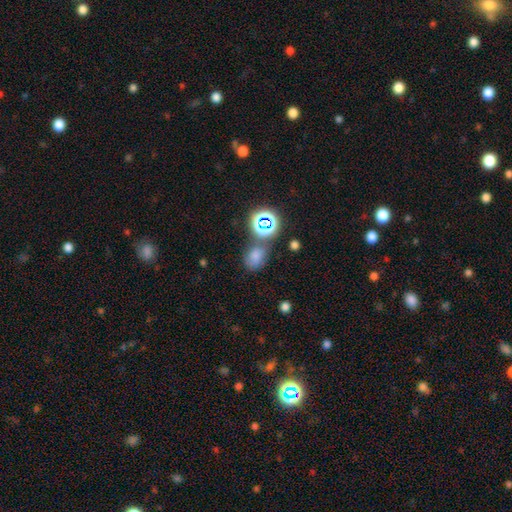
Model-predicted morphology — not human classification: A smooth galaxy with no disk features (65%) that is in between round and cigar-shaped (61%).

Vote fractions:
- Smooth or featured? smooth: 65% / star or artifact: 25% / featured or disk: 10%
- How rounded? in between: 61% / round: 38% / cigar-shaped: 1%
- Merging? none: 54% / minor disturbance: 19% / merger: 17% / major disturbance: 9%